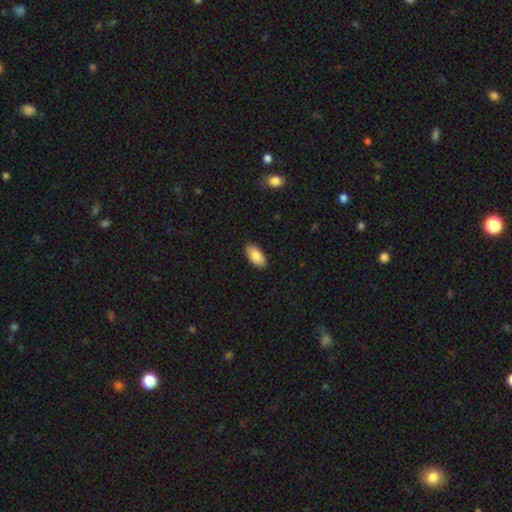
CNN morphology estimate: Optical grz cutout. It shows a smooth galaxy with no disk features (86%) that is in between round and cigar-shaped (94%). Merging: none (89%).